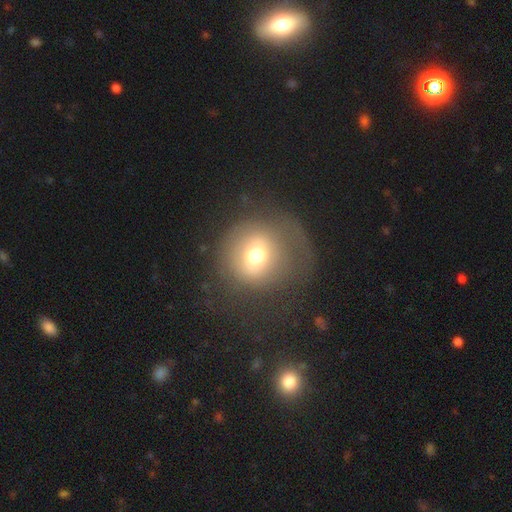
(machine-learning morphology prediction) This appears to be a smooth galaxy with no disk features (61%) that is round (89%). Merging: none (52%).